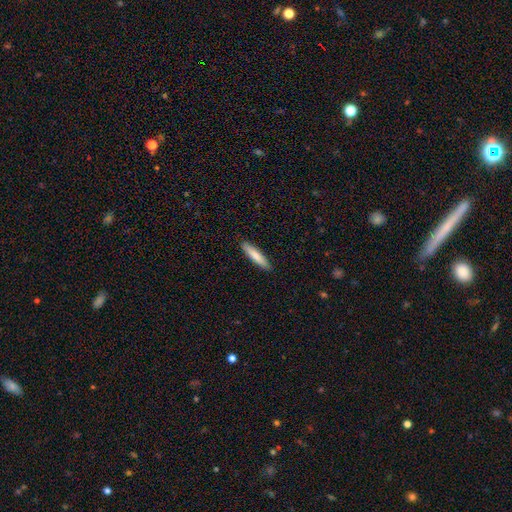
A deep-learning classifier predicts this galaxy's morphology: smooth-or-featured: smooth: 81% | featured or disk: 14% | star or artifact: 5%
  how-rounded: cigar-shaped: 85% | in between: 13% | round: 1%
  merging: none: 91% | minor disturbance: 7% | major disturbance: 1% | merger: 1%